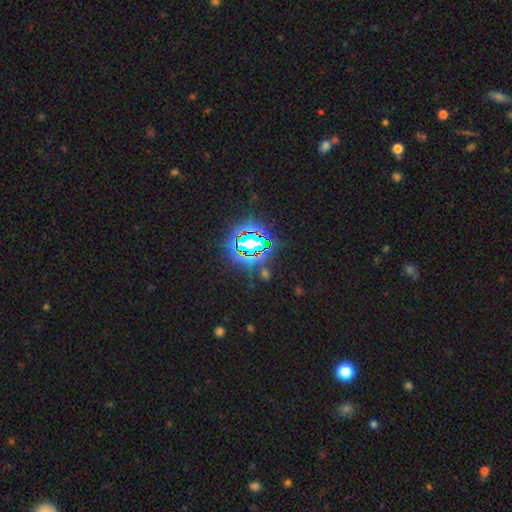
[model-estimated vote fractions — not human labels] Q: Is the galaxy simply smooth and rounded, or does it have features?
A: star or artifact — 84%.